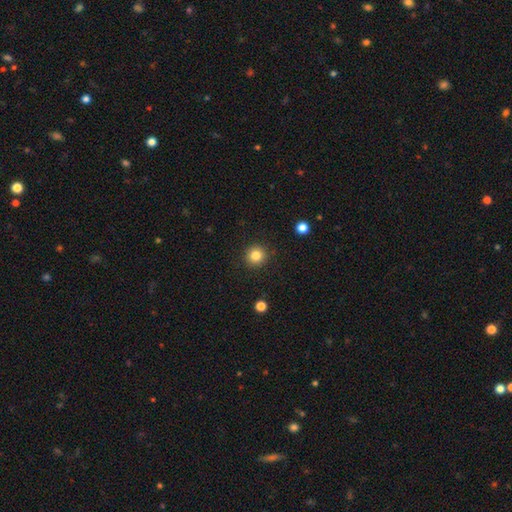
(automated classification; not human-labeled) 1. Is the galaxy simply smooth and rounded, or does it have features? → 83% smooth, 11% star or artifact, 6% featured or disk.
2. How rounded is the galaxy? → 94% round, 5% in between, 1% cigar-shaped.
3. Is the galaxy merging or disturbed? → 91% none, 6% minor disturbance, 2% major disturbance, 1% merger.